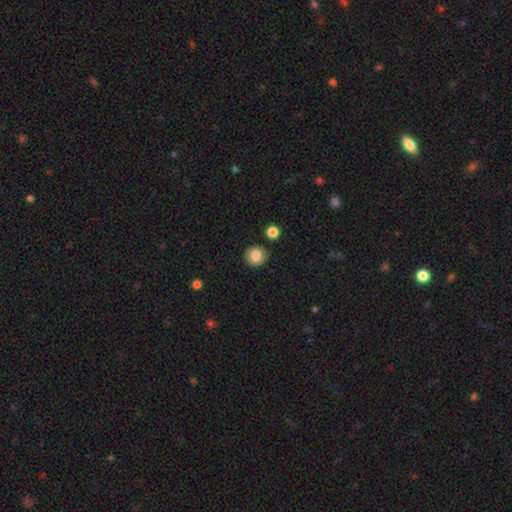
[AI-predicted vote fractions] smooth-or-featured: smooth: 83% | star or artifact: 9% | featured or disk: 7%
  how-rounded: round: 84% | in between: 15% | cigar-shaped: 1%
  merging: none: 88% | minor disturbance: 7% | merger: 3% | major disturbance: 2%